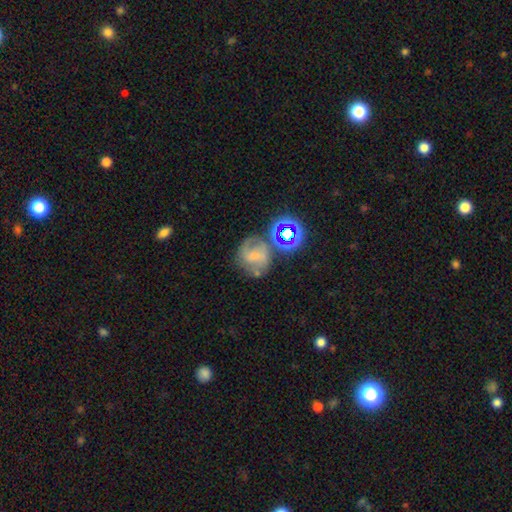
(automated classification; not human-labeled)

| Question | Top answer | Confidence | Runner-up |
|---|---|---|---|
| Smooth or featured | featured or disk | 44% | smooth (35%) |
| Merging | none | 50% | minor disturbance (19%) |